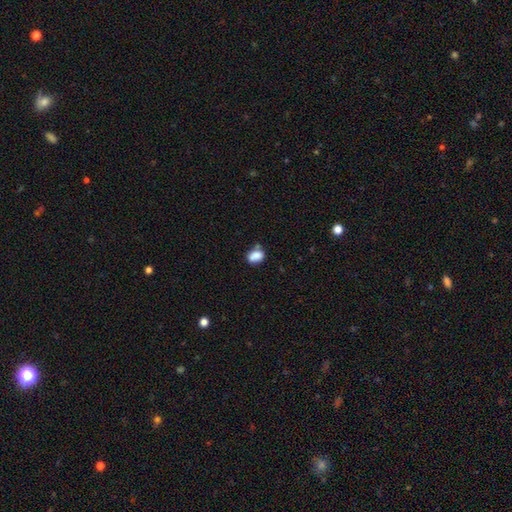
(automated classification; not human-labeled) Overall: smooth (83%). How rounded: in between (70%). Merging: none (58%; minor disturbance 22%).